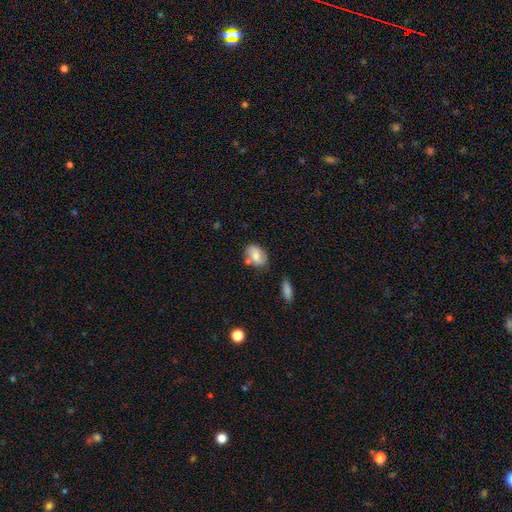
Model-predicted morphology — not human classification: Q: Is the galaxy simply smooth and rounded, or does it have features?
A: smooth — 75%.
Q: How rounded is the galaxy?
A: in between — 86%.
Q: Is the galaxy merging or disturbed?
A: none — 64%.